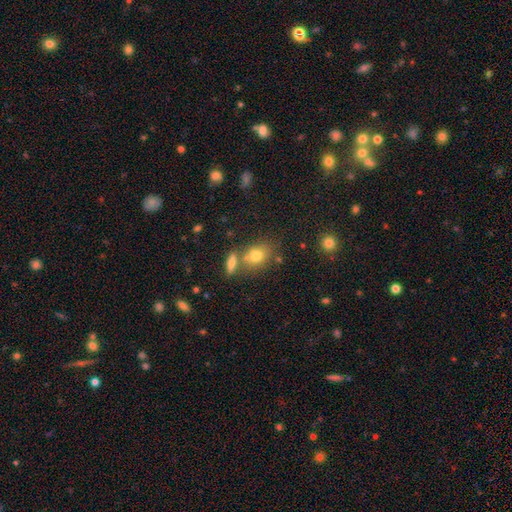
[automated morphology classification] Smooth or featured?
  - smooth: 73% *
  - star or artifact: 14%
  - featured or disk: 13%
How rounded?
  - in between: 58% *
  - round: 39%
  - cigar-shaped: 3%
Merging?
  - none: 59% *
  - merger: 25%
  - minor disturbance: 12%
  - major disturbance: 4%